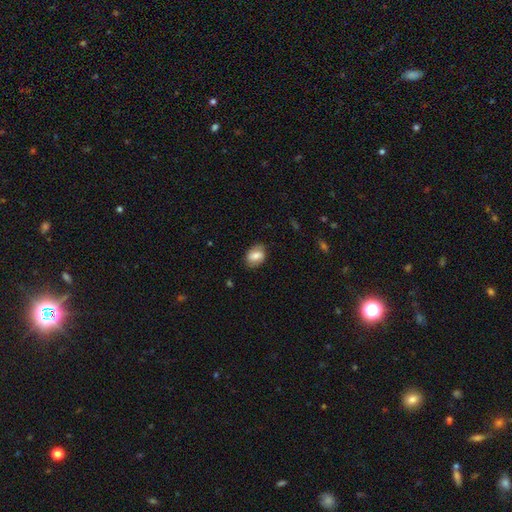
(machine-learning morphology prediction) Smooth or featured? Predicted: smooth (p=0.67). How rounded? Predicted: in between (p=0.75). Merging? Predicted: none (p=0.77).